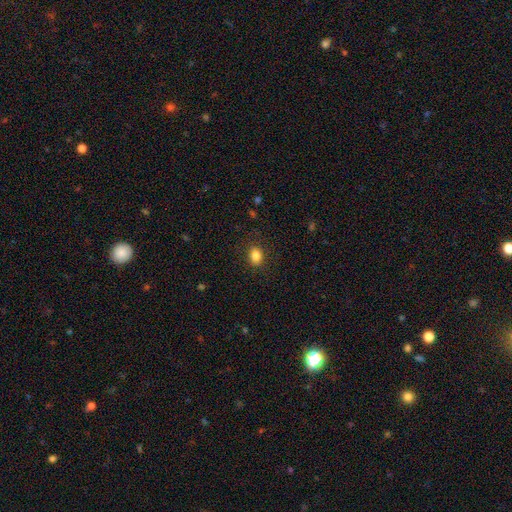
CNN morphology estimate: Q: Smooth or featured?
A: smooth (85%); runner-up: star or artifact (10%)
Q: How rounded?
A: in between (64%); runner-up: round (35%)
Q: Merging?
A: none (87%); runner-up: minor disturbance (9%)